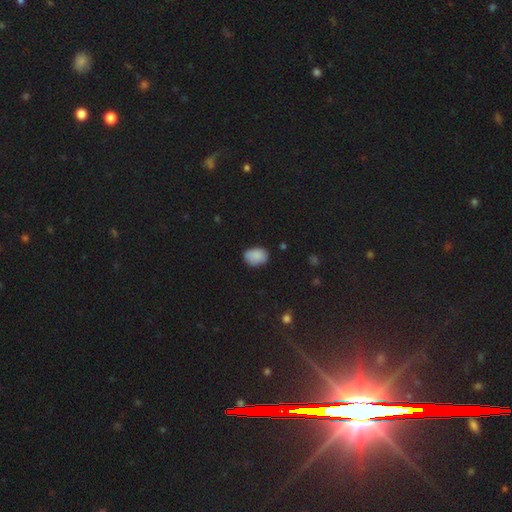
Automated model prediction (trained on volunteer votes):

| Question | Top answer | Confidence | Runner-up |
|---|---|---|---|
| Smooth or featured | smooth | 86% | star or artifact (9%) |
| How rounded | in between | 73% | round (26%) |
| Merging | none | 76% | minor disturbance (19%) |